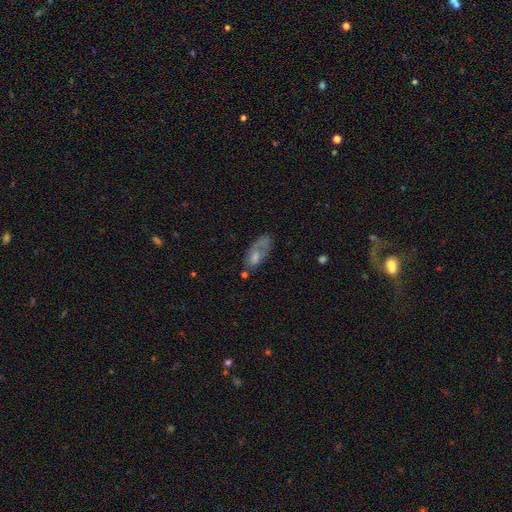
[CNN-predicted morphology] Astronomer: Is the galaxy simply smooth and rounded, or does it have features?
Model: smooth — 57% (runner-up: featured or disk, 34%).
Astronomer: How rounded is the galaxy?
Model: in between — 83%.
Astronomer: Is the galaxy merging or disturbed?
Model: none — 38% (runner-up: major disturbance, 26%).